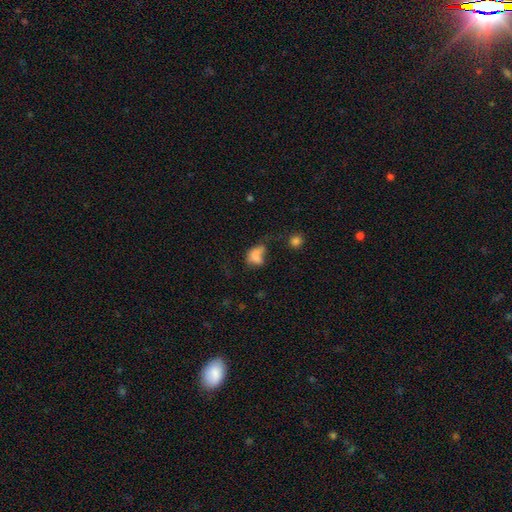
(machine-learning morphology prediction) This appears to be a smooth galaxy with no disk features (69%) that is in between round and cigar-shaped (76%). Merging: major disturbance (37%).